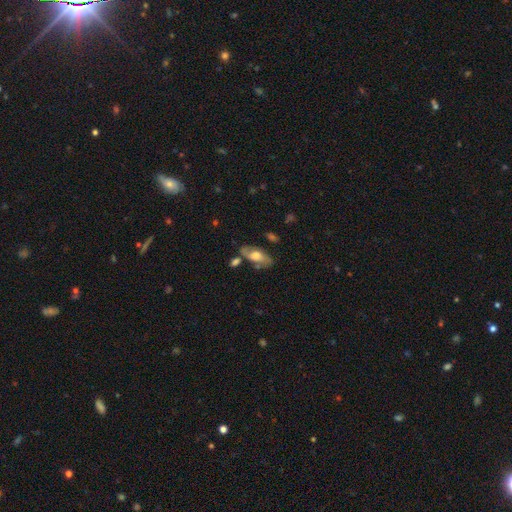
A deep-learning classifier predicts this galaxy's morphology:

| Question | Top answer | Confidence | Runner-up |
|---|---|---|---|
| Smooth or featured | featured or disk | 53% | smooth (41%) |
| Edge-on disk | no | 80% | yes (20%) |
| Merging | none | 64% | minor disturbance (20%) |